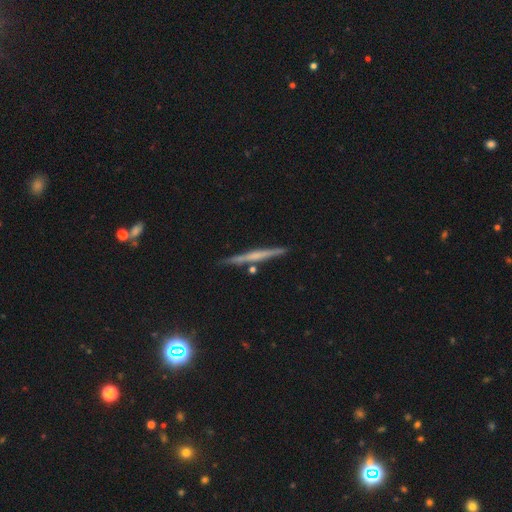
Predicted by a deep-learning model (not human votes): Morphology: type=featured or disk (57%); edge-on=yes (97%); edge-on bulge=none (69%); merging=none (85%).